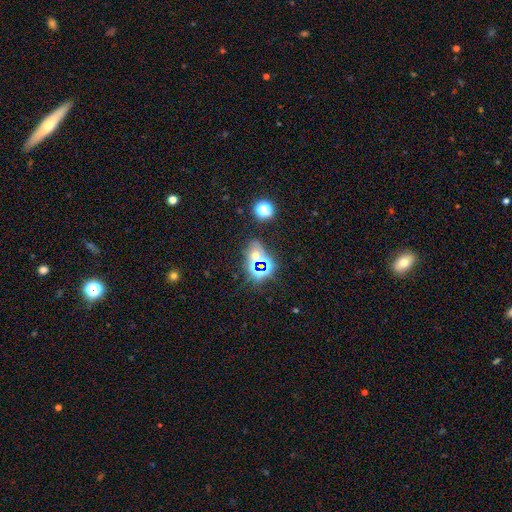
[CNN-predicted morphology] Smooth or featured? star or artifact (54%)